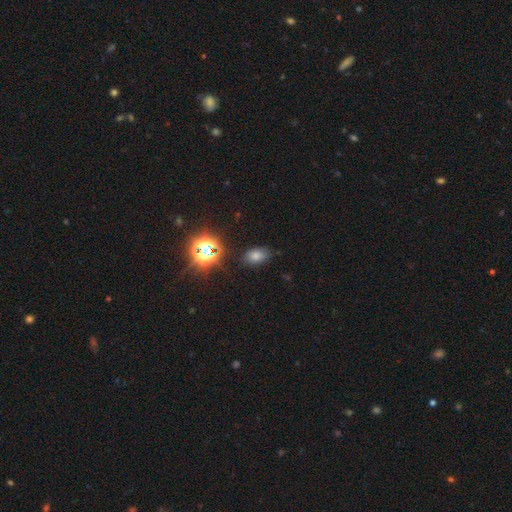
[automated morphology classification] A smooth galaxy with no disk features (60%) that is in between round and cigar-shaped (80%).

Vote fractions:
- Smooth or featured? smooth: 60% / star or artifact: 31% / featured or disk: 9%
- How rounded? in between: 80% / round: 18% / cigar-shaped: 2%
- Merging? none: 83% / minor disturbance: 12% / major disturbance: 3% / merger: 2%